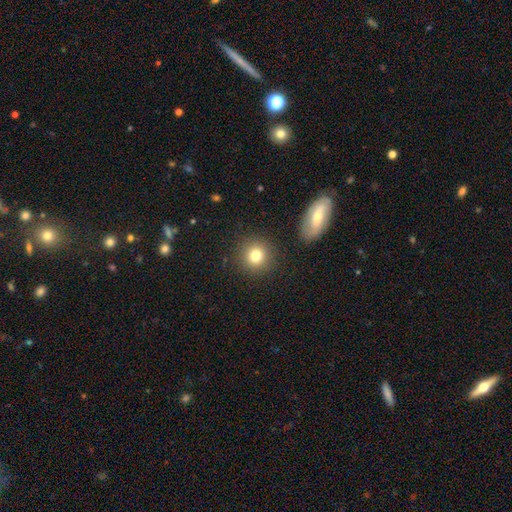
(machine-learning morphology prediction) Q: Smooth or featured?
A: smooth (79%); runner-up: star or artifact (11%)
Q: How rounded?
A: round (92%); runner-up: in between (8%)
Q: Merging?
A: none (88%); runner-up: minor disturbance (7%)